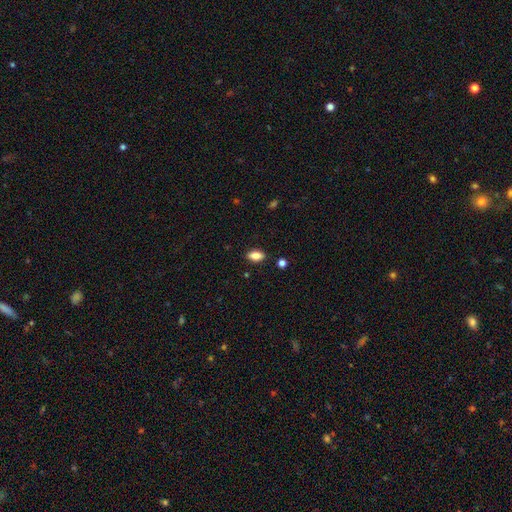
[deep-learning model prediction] Smooth or featured?
  - smooth: 84% *
  - star or artifact: 8%
  - featured or disk: 7%
How rounded?
  - in between: 89% *
  - cigar-shaped: 7%
  - round: 4%
Merging?
  - none: 87% *
  - minor disturbance: 9%
  - major disturbance: 2%
  - merger: 2%